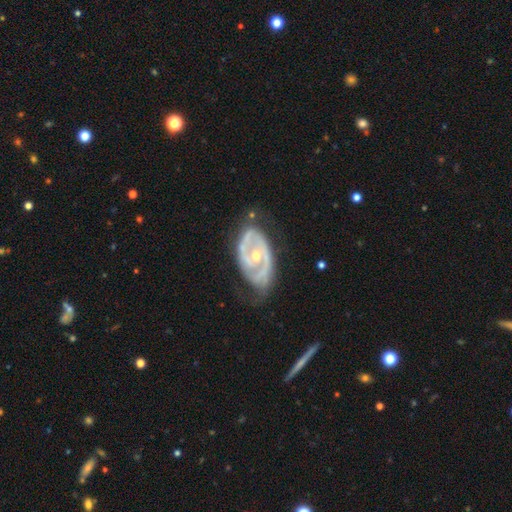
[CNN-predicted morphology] smooth-or-featured: featured or disk: 84% | smooth: 11% | star or artifact: 5%
  disk-edge-on: no: 95% | yes: 5%
    bar: no: 60% | weak: 26% | strong: 13%
    has-spiral-arms: yes: 76% | no: 24%
      spiral-winding: tight: 51% | medium: 35% | loose: 14%
      spiral-arm-count: 2: 60% | can't tell: 20% | 1: 11% | 3: 5% | 4: 2% | more than 4: 2%
    bulge-size: moderate: 54% | small: 43% | large: 2% | none: 1% | dominant: 1%
  merging: none: 59% | minor disturbance: 26% | major disturbance: 13% | merger: 2%